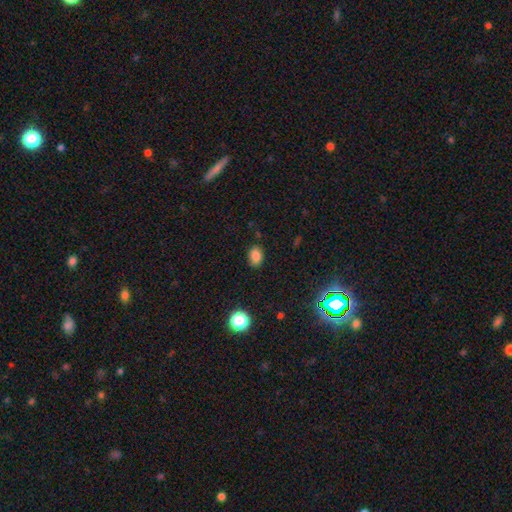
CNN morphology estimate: The model was most divided on "how rounded": in between: 77%, round: 22%, cigar-shaped: 1%. More confident: smooth or featured — smooth (82%); merging — none (81%).